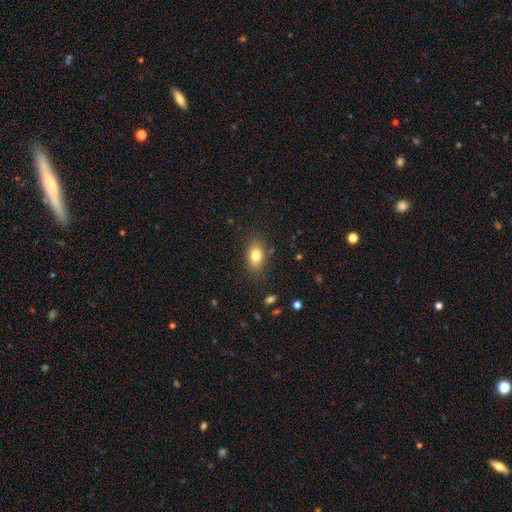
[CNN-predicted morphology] This is clearly a smooth galaxy (80%). How rounded: clearly in between (83%). Merging: clearly none (83%).